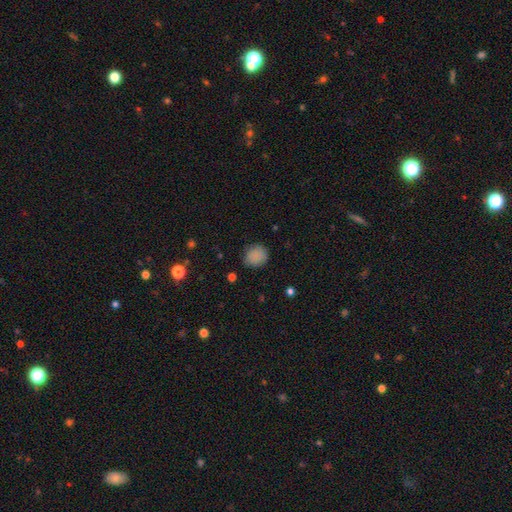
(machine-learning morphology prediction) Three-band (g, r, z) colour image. It shows a smooth galaxy with no disk features (86%) that is round (81%). Merging: none (82%).